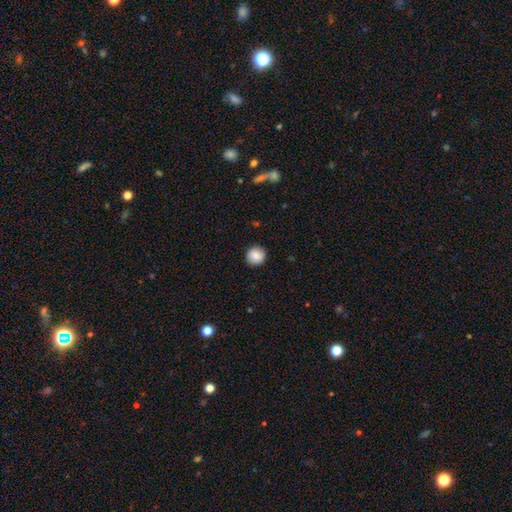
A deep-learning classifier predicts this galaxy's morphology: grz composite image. It shows a smooth galaxy with no disk features (85%) that is round (93%). Merging: none (91%).